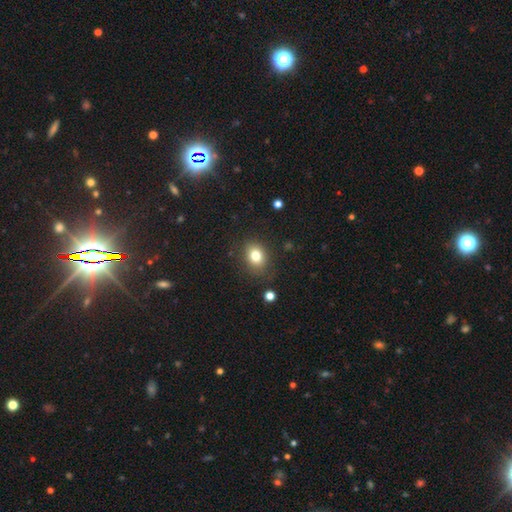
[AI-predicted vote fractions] smooth 80%, star or artifact 11%, featured or disk 8%. Down the decision tree: how rounded — round (54%); merging — none (83%).